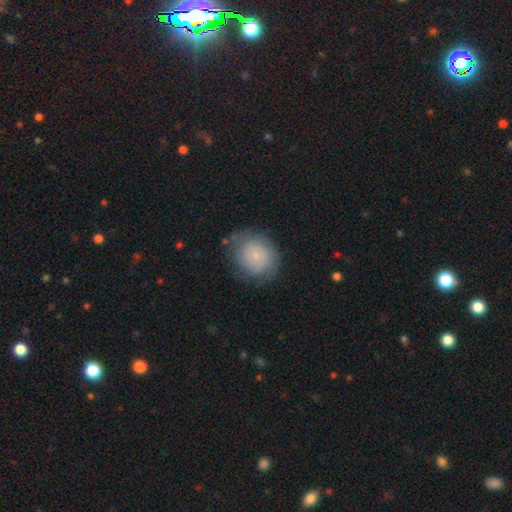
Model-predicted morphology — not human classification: Q: Smooth or featured?
A: smooth (62%); runner-up: featured or disk (30%)
Q: How rounded?
A: round (72%); runner-up: in between (27%)
Q: Merging?
A: none (68%); runner-up: minor disturbance (22%)